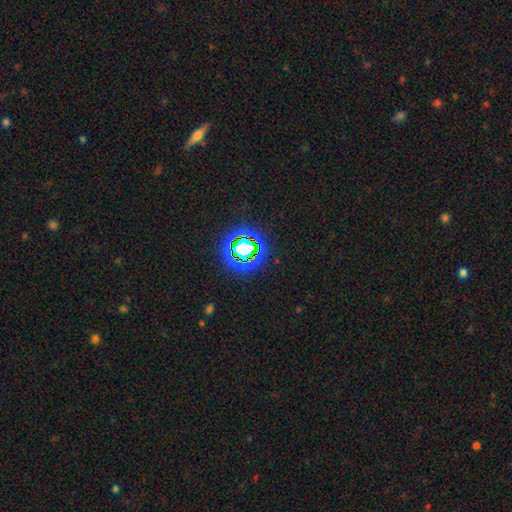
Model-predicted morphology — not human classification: This appears to be a star or artifact, not a galaxy (76%).